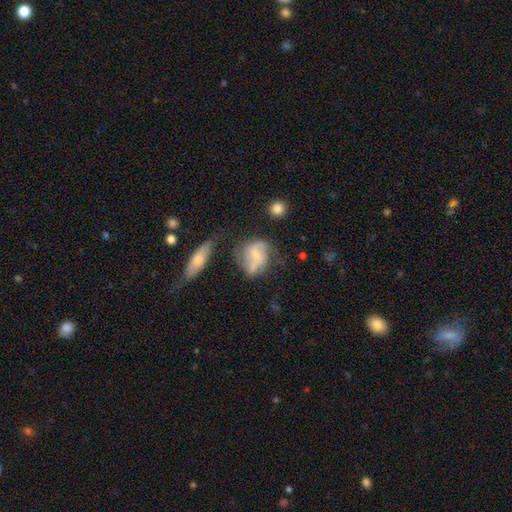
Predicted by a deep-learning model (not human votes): featured or disk 55%, smooth 37%, star or artifact 9%. Down the decision tree: edge-on disk — no (93%); bar — no (49%); spiral arms — yes (73%); bulge size — small (52%); merging — none (48%).